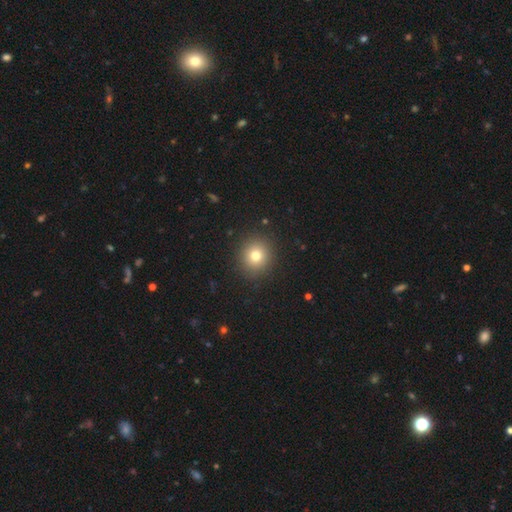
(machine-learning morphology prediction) Smooth or featured? Predicted: smooth (p=0.77). How rounded? Predicted: round (p=0.88). Merging? Predicted: none (p=0.90).